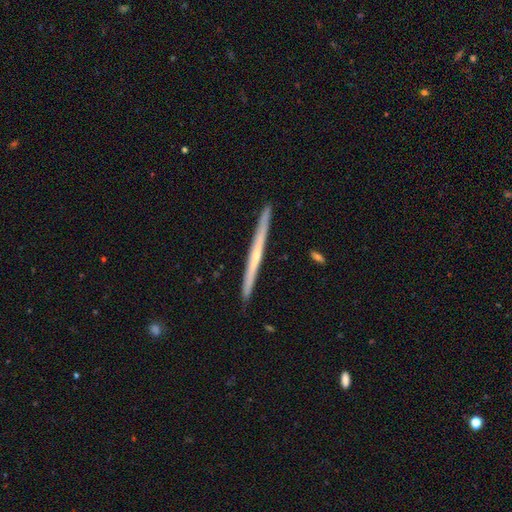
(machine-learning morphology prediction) Smooth or featured?
  - featured or disk: 65% *
  - smooth: 29%
  - star or artifact: 6%
Edge-on disk?
  - yes: 98% *
  - no: 2%
Edge-on bulge?
  - none: 58% *
  - rounded: 37%
  - boxy: 4%
Merging?
  - none: 92% *
  - minor disturbance: 6%
  - merger: 1%
  - major disturbance: 1%